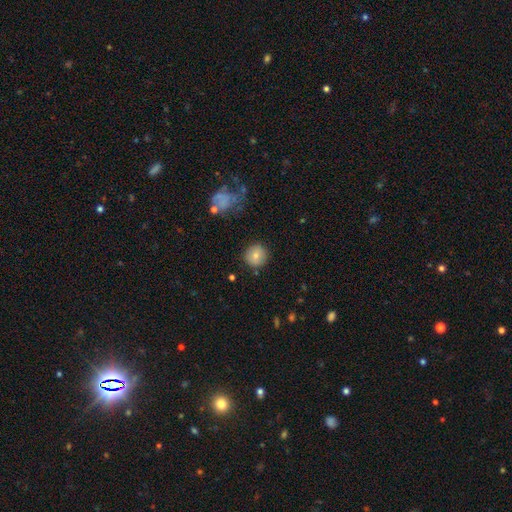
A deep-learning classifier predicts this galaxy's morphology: smooth 79%, featured or disk 12%, star or artifact 10%. Down the decision tree: how rounded — round (93%); merging — none (87%).